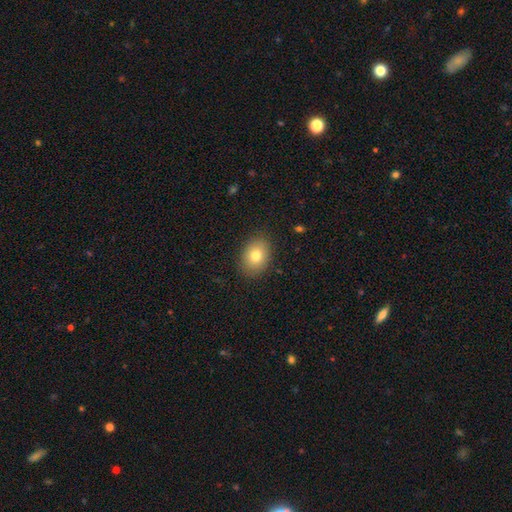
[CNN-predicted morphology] This appears to be a smooth galaxy with no disk features (78%) that is in between round and cigar-shaped (63%). Merging: none (87%).